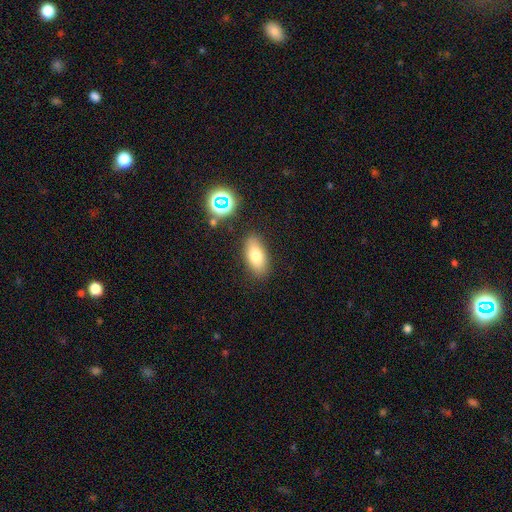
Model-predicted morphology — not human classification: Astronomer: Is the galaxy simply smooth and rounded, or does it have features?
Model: smooth — 77%.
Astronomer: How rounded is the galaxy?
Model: in between — 86%.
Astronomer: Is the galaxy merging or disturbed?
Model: none — 84%.